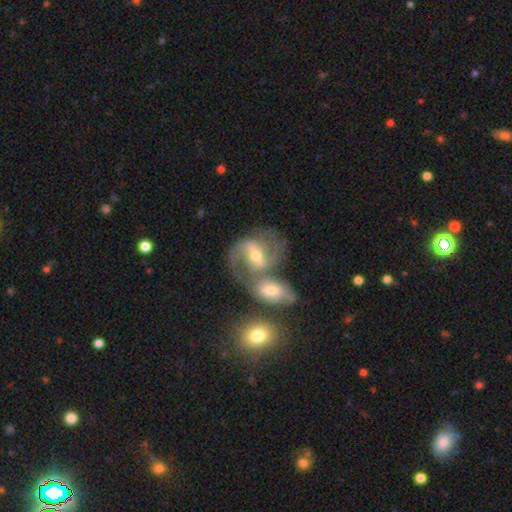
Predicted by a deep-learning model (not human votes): Smooth or featured: featured or disk — 82% (smooth — 12%)
Edge-on disk: no — 96% (yes — 4%)
Bar: strong — 49% (weak — 39%)
Spiral arms: yes — 91% (no — 9%)
Spiral winding: medium — 53% (loose — 29%)
Spiral arm count: 2 — 85% (can't tell — 7%)
Bulge size: moderate — 62% (small — 32%)
Merging: merger — 49% (none — 34%)